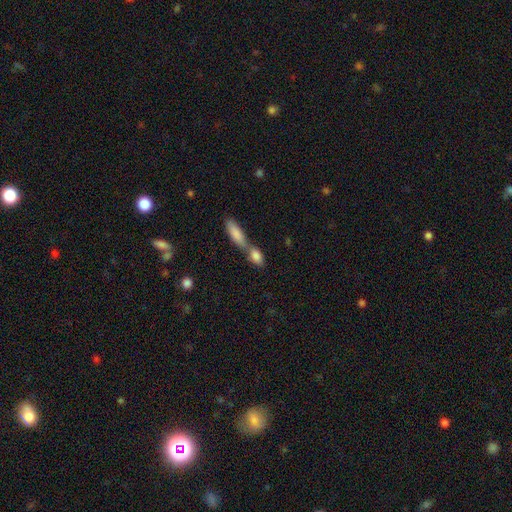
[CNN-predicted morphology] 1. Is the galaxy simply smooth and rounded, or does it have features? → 81% smooth, 12% featured or disk, 7% star or artifact.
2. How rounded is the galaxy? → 72% in between, 22% cigar-shaped, 6% round.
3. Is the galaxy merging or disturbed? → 63% merger, 27% none, 7% minor disturbance, 3% major disturbance.